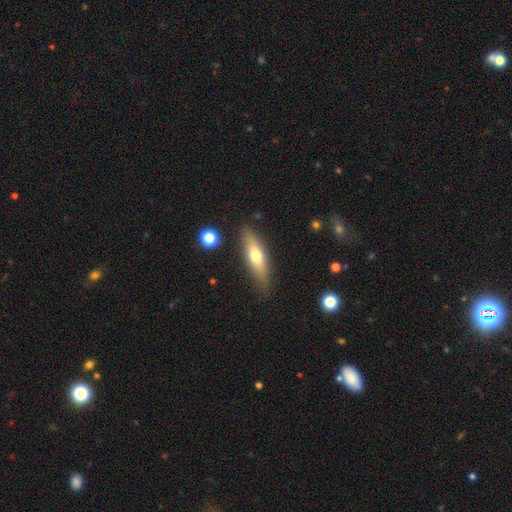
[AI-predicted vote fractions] Q: Smooth or featured?
A: smooth (59%); runner-up: featured or disk (35%)
Q: How rounded?
A: cigar-shaped (61%); runner-up: in between (36%)
Q: Merging?
A: none (83%); runner-up: minor disturbance (12%)